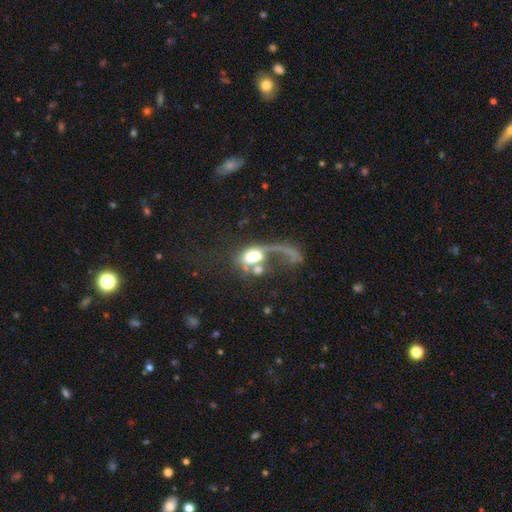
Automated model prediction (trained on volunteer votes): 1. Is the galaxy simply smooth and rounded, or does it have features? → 48% smooth, 40% featured or disk, 11% star or artifact.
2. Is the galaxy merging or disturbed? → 42% major disturbance, 35% merger, 14% none, 9% minor disturbance.